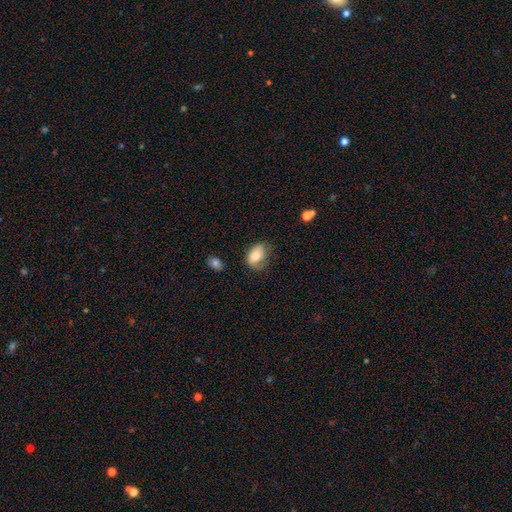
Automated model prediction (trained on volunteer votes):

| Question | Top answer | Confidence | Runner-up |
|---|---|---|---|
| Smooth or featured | smooth | 79% | featured or disk (14%) |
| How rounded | in between | 81% | round (18%) |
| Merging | none | 47% | minor disturbance (36%) |